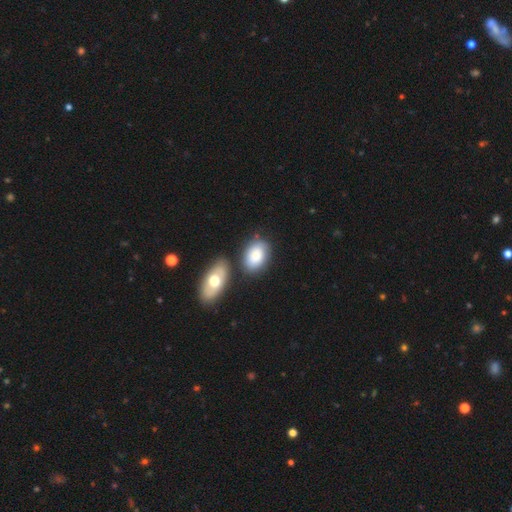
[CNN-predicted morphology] smooth_or_featured: smooth (p=0.75) [alt: featured or disk p=0.18]
how_rounded: in between (p=0.85) [alt: round p=0.13]
merging: none (p=0.64) [alt: minor disturbance p=0.17]